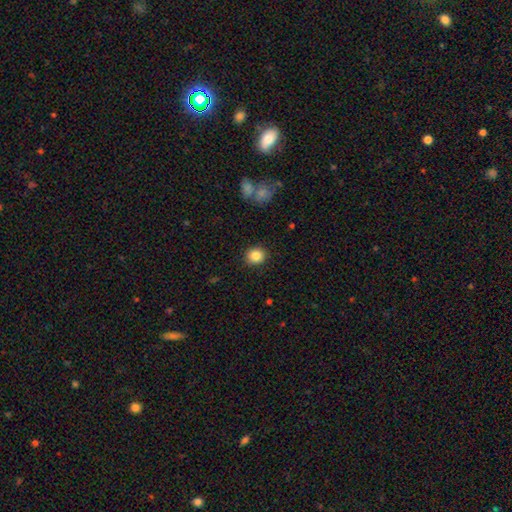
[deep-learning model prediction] Morphology: type=smooth (85%); roundness=round (82%); merging=none (90%).